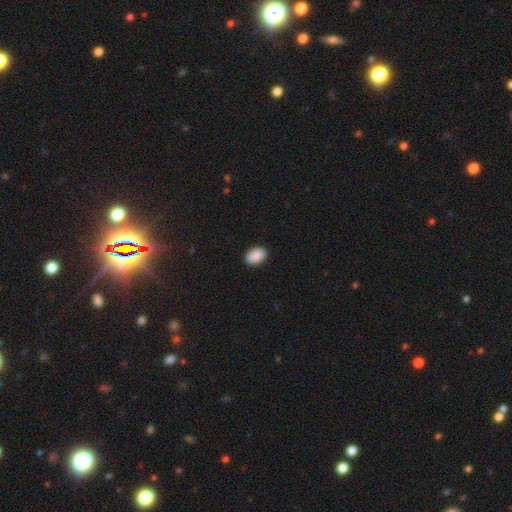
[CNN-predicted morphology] A smooth galaxy with no disk features (91%) that is in between round and cigar-shaped (84%). Merging: none (91%).